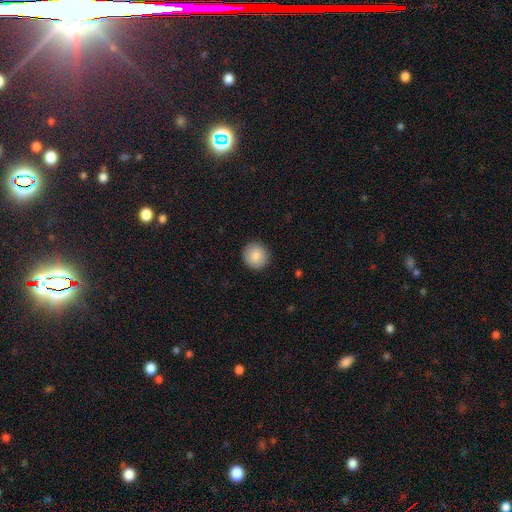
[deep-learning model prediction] Overall: smooth (86%). How rounded: round (92%). Merging: none (91%).